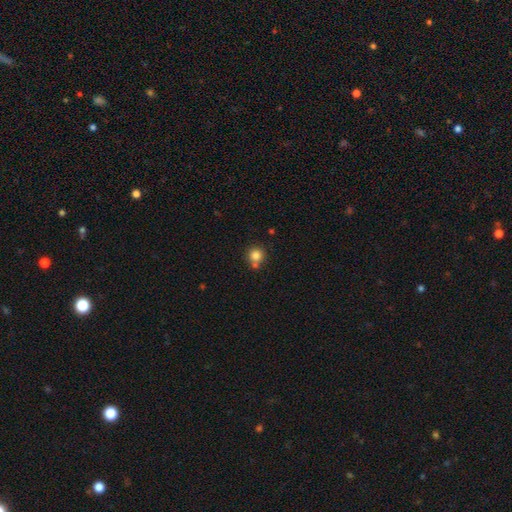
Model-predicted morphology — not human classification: smooth_or_featured: smooth (p=0.83) [alt: star or artifact p=0.11]
how_rounded: round (p=0.91) [alt: in between p=0.08]
merging: none (p=0.66) [alt: merger p=0.20]